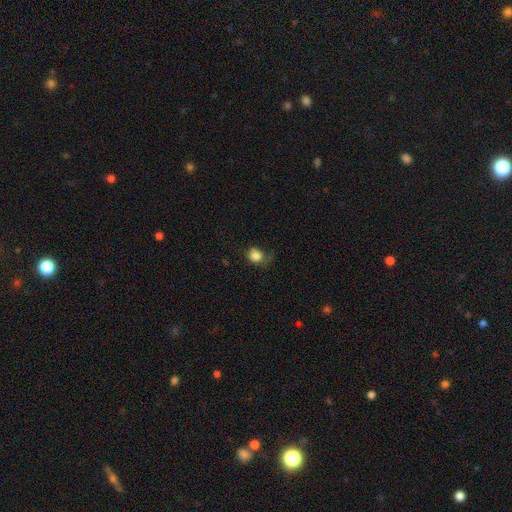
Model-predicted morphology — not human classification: smooth-or-featured: smooth: 82% | star or artifact: 10% | featured or disk: 8%
  how-rounded: round: 71% | in between: 28% | cigar-shaped: 1%
  merging: none: 44% | minor disturbance: 31% | major disturbance: 23% | merger: 2%